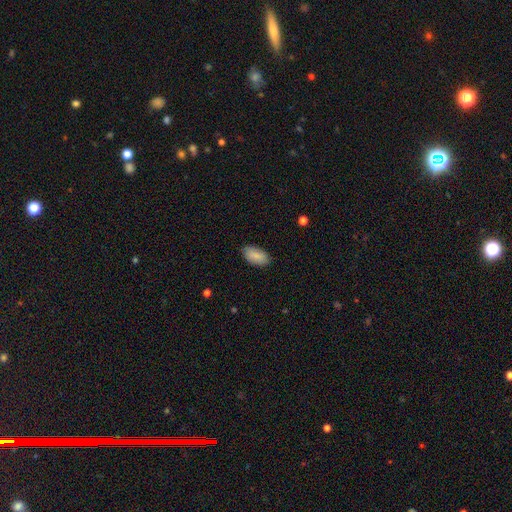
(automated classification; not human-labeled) This appears to be a smooth galaxy with no disk features (87%) that is in between round and cigar-shaped (94%). Merging: none (85%).